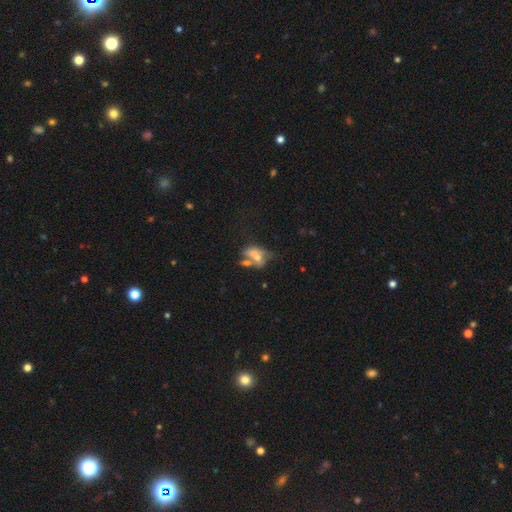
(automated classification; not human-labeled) Smooth or featured: smooth — 55% (featured or disk — 33%)
How rounded: in between — 79% (round — 12%)
Merging: merger — 43% (none — 26%)